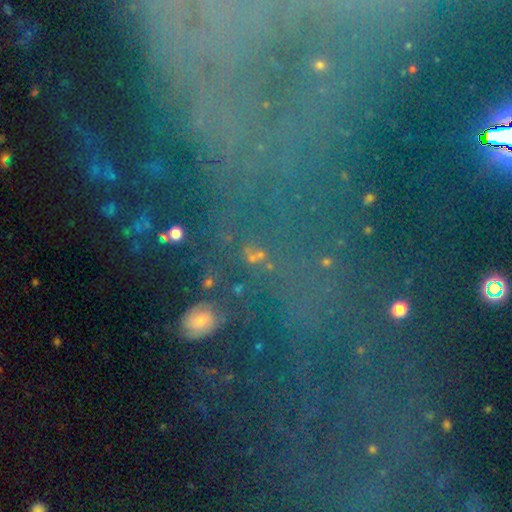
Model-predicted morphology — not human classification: Smooth or featured? Predicted: star or artifact (p=0.53).